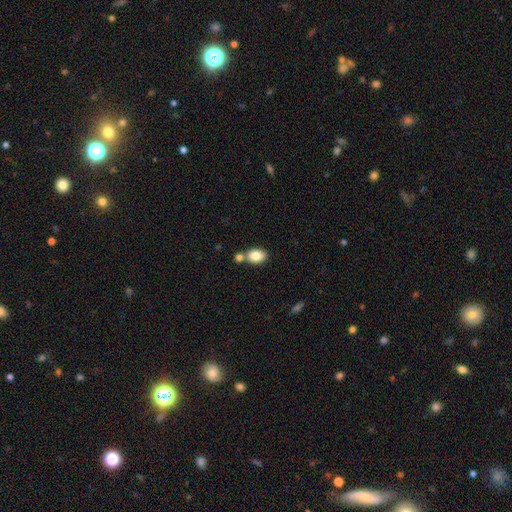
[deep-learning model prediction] This appears to be a smooth galaxy with no disk features (83%) that is in between round and cigar-shaped (83%). Merging: none (62%).